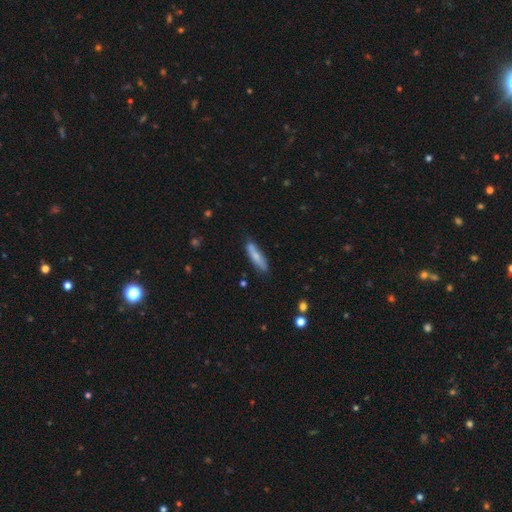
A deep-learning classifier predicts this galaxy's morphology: This appears to be a smooth galaxy with no disk features (74%) that is cigar-shaped (77%). Merging: none (74%).